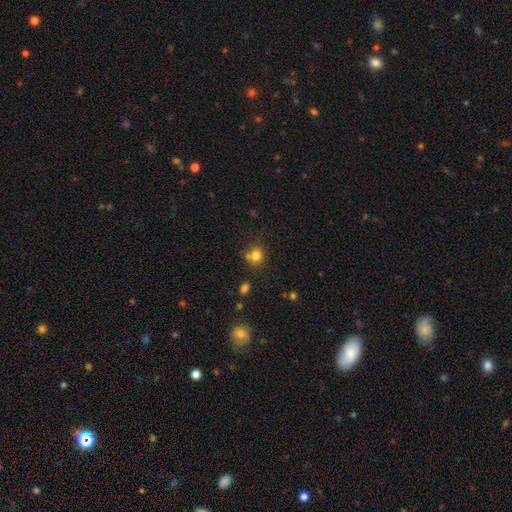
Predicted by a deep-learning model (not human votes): Q: Smooth or featured?
A: smooth (79%); runner-up: star or artifact (13%)
Q: How rounded?
A: round (74%); runner-up: in between (25%)
Q: Merging?
A: none (61%); runner-up: merger (20%)